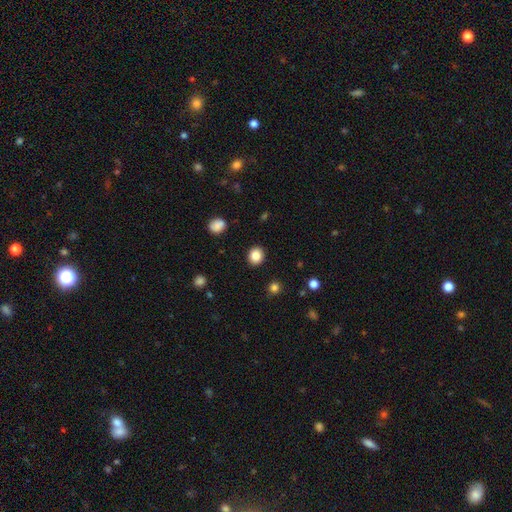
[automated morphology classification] This appears to be a smooth galaxy with no disk features (85%) that is round (79%). Merging: none (91%).